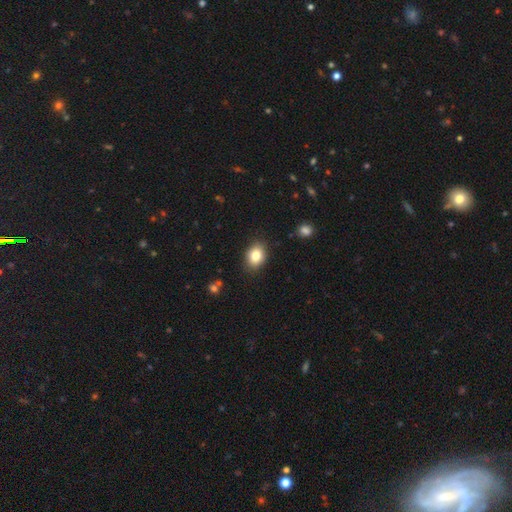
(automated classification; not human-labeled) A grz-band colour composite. It shows a smooth galaxy with no disk features (82%) that is in between round and cigar-shaped (64%). Merging: none (87%).